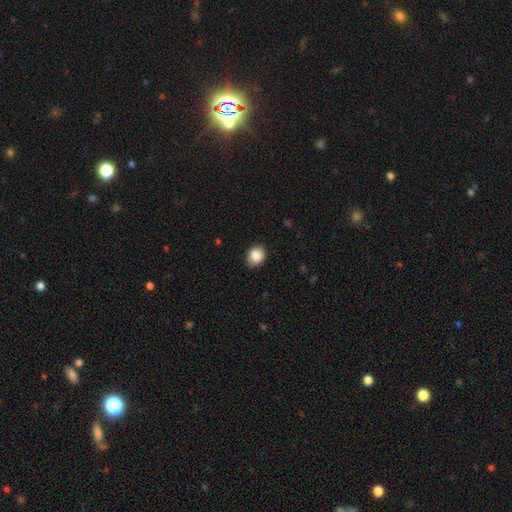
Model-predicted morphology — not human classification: A smooth galaxy with no disk features (87%) that is round (57%).

Vote fractions:
- Smooth or featured? smooth: 87% / star or artifact: 8% / featured or disk: 5%
- How rounded? round: 57% / in between: 42% / cigar-shaped: 1%
- Merging? none: 88% / minor disturbance: 10% / major disturbance: 2% / merger: 1%